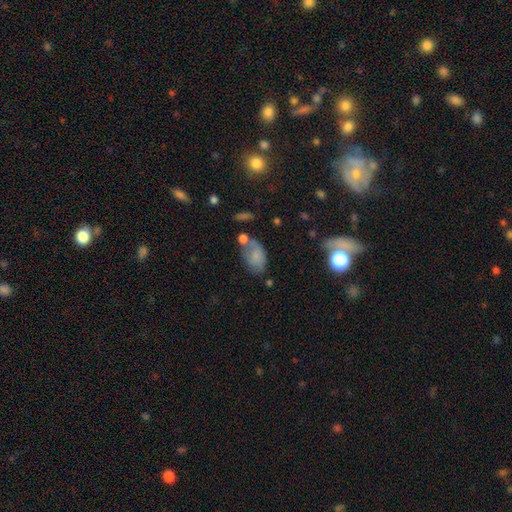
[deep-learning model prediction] Smooth or featured: smooth — 73% (featured or disk — 18%)
How rounded: in between — 90% (round — 8%)
Merging: none — 40% (minor disturbance — 27%)